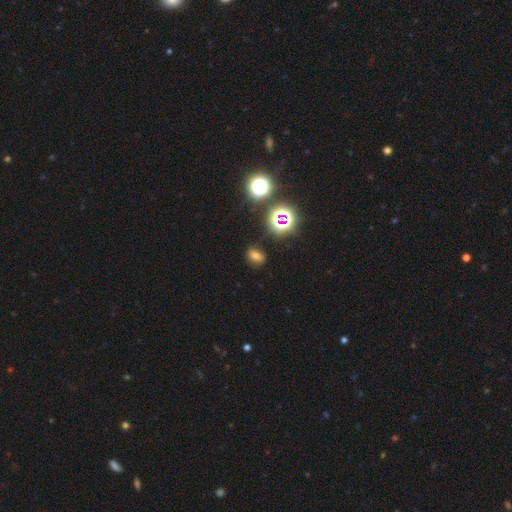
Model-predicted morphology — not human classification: type=smooth (59%); roundness=in between (67%); merging=none (83%).